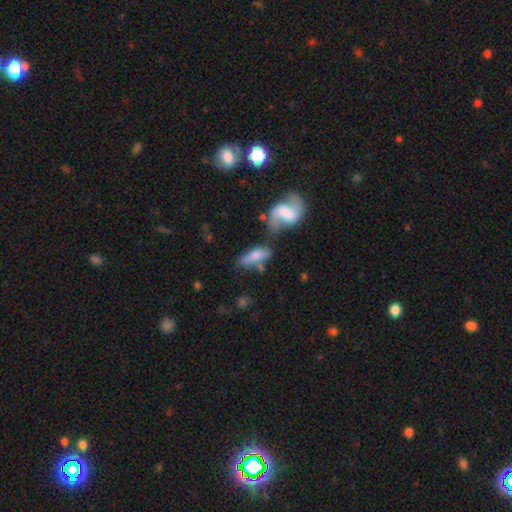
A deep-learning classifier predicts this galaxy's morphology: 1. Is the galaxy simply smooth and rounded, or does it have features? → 62% smooth, 30% featured or disk, 8% star or artifact.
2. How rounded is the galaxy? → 59% in between, 36% cigar-shaped, 4% round.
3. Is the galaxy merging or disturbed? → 43% none, 27% merger, 20% minor disturbance, 11% major disturbance.